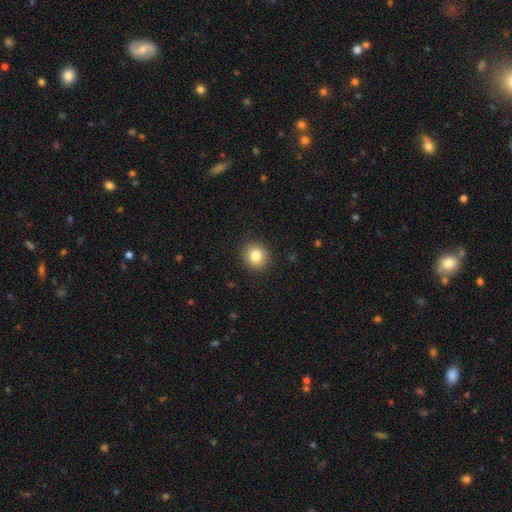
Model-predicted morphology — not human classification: A smooth galaxy with no disk features (82%) that is round (87%). Merging: none (91%).